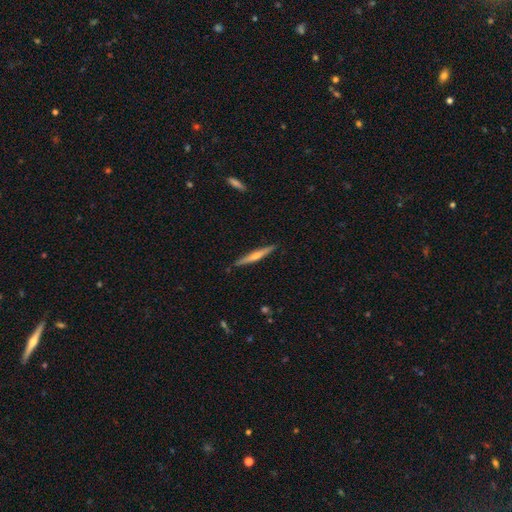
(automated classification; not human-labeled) The model was most divided on "smooth or featured": featured or disk: 63%, smooth: 32%, star or artifact: 6%. More confident: edge-on disk — yes (98%); merging — none (90%); edge-on bulge — rounded (77%).